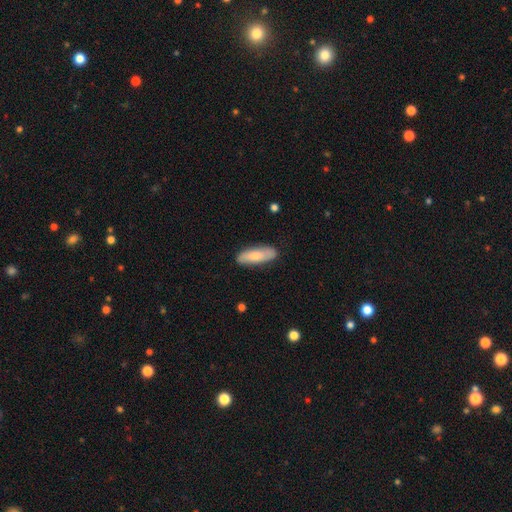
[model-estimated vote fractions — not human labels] The model was most divided on "how rounded": in between: 58%, cigar-shaped: 40%, round: 2%. More confident: merging — none (85%); smooth or featured — smooth (73%).